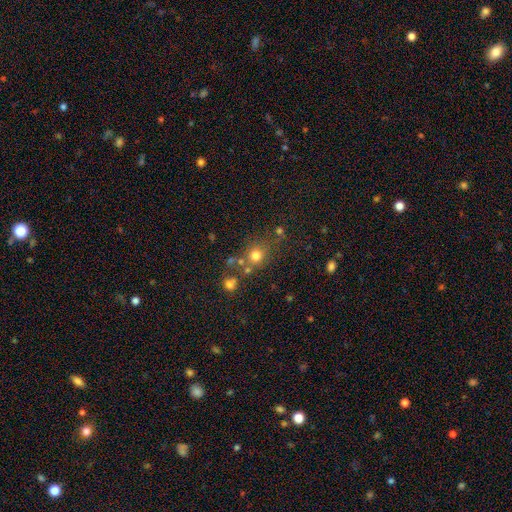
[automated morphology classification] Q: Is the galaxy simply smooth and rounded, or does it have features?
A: smooth — 74%.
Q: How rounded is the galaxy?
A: round — 86%.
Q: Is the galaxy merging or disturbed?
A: none — 68%.